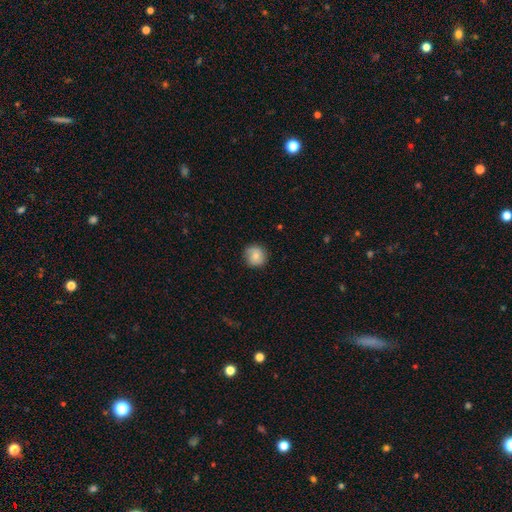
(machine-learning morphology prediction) Overall: smooth (78%). How rounded: round (91%). Merging: none (80%).